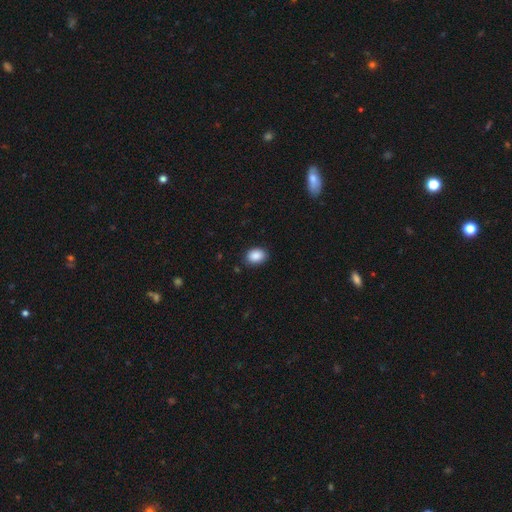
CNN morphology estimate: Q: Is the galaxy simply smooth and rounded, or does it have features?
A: smooth — 89%.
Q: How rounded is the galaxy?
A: in between — 73%.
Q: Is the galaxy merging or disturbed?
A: none — 86%.